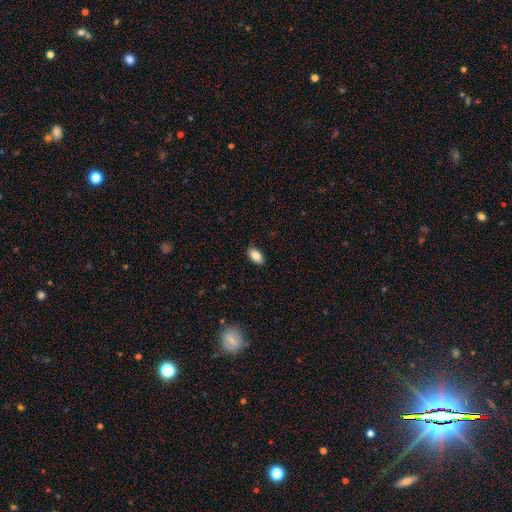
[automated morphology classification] type=smooth (85%); roundness=in between (92%); merging=none (88%).